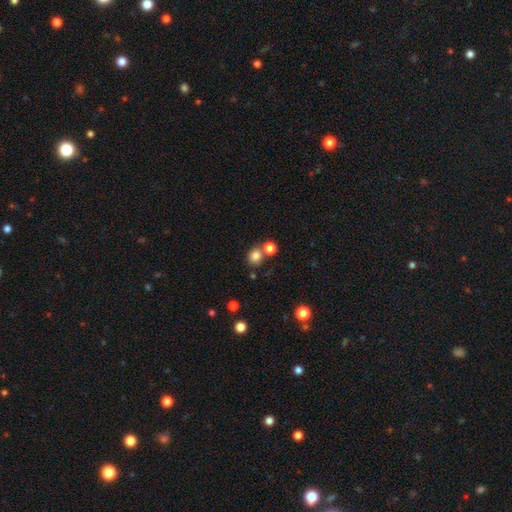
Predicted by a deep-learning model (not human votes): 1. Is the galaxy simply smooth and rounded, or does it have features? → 81% smooth, 12% star or artifact, 7% featured or disk.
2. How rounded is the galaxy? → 82% round, 17% in between, 1% cigar-shaped.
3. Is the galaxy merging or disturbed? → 63% none, 25% merger, 9% minor disturbance, 3% major disturbance.